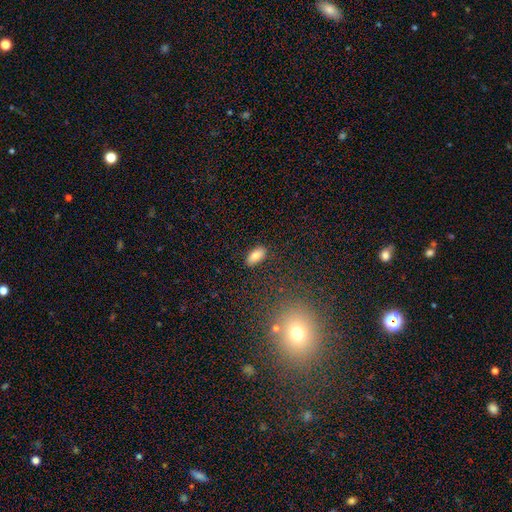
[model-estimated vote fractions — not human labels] A smooth galaxy with no disk features (85%) that is in between round and cigar-shaped (89%).

Vote fractions:
- Smooth or featured? smooth: 85% / star or artifact: 9% / featured or disk: 7%
- How rounded? in between: 89% / cigar-shaped: 8% / round: 3%
- Merging? none: 87% / minor disturbance: 9% / major disturbance: 3% / merger: 1%